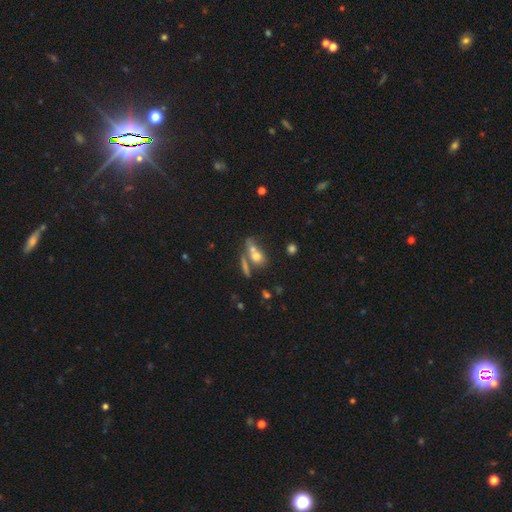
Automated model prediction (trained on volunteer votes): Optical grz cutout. It shows a smooth galaxy with no disk features (62%) that is in between round and cigar-shaped (54%). Merging: merger (45%).